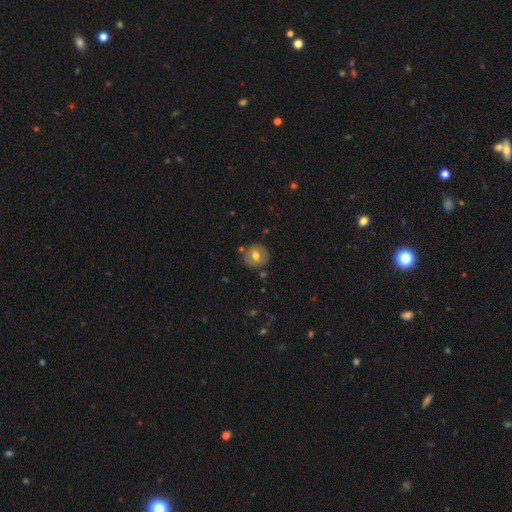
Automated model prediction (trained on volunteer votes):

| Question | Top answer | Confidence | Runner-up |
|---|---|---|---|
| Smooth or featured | smooth | 66% | featured or disk (25%) |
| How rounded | round | 91% | in between (8%) |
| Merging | none | 83% | minor disturbance (10%) |